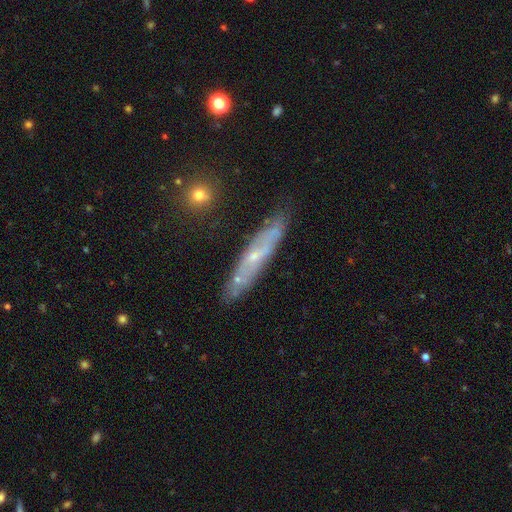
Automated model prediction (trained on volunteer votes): Smooth or featured? featured or disk (66%)
Edge-on disk? yes (56%)
Merging? none (77%)